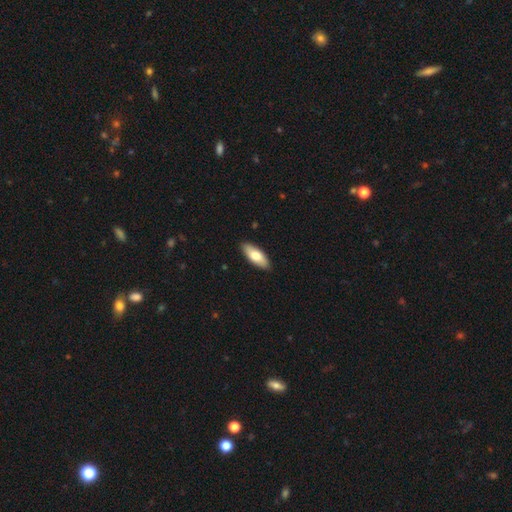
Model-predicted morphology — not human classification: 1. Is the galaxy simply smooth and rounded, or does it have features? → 75% smooth, 20% featured or disk, 5% star or artifact.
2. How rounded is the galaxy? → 74% in between, 24% cigar-shaped, 2% round.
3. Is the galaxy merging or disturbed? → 90% none, 8% minor disturbance, 1% major disturbance, 1% merger.